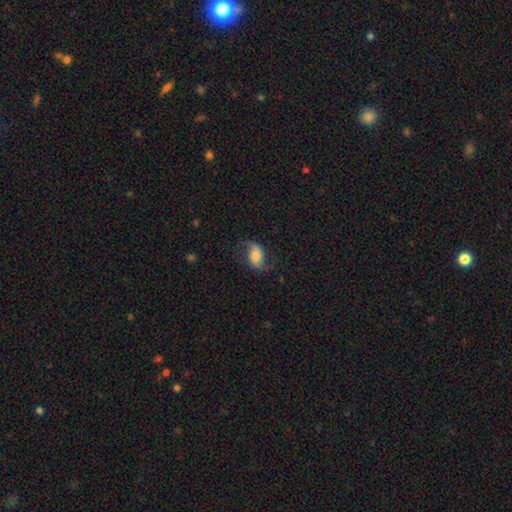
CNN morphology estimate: Smooth or featured? featured or disk (70%)
Edge-on disk? no (96%)
Bar? weak (39%)
Spiral arms? yes (94%)
Spiral winding? loose (74%)
Spiral arm count? 2 (90%)
Bulge size? moderate (41%)
Merging? none (71%)